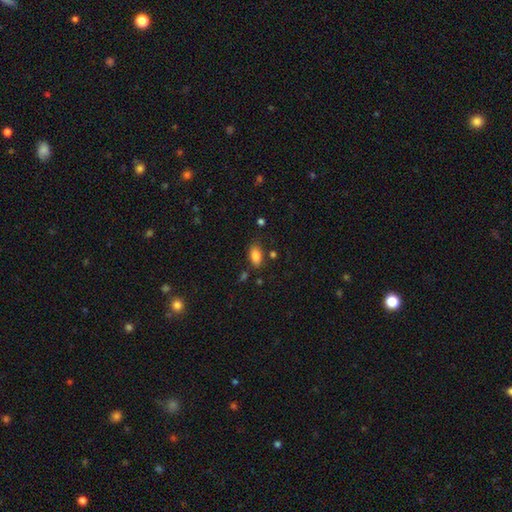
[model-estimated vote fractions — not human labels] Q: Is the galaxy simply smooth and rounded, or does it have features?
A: smooth — 86%.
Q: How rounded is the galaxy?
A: in between — 91%.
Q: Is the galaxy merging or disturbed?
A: none — 76%.